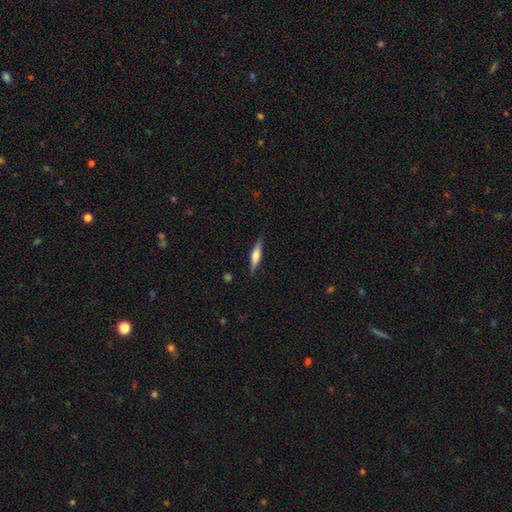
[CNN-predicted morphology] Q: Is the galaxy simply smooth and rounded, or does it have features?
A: featured or disk — 48%.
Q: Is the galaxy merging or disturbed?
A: none — 85%.